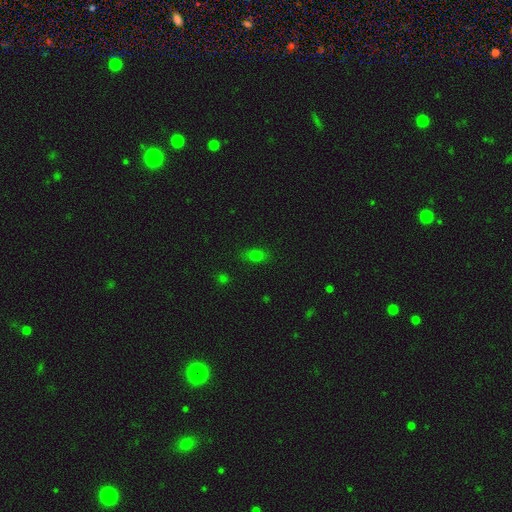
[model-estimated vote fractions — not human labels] smooth_or_featured: smooth (p=0.73) [alt: star or artifact p=0.18]
how_rounded: in between (p=0.79) [alt: round p=0.14]
merging: none (p=0.80) [alt: minor disturbance p=0.14]